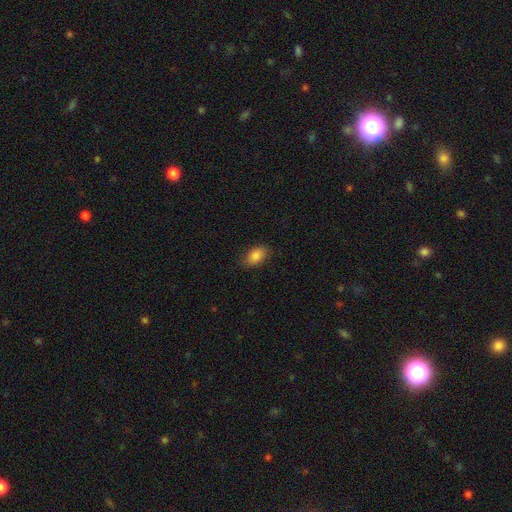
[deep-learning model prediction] Overall: smooth (86%). How rounded: in between (90%). Merging: none (82%).